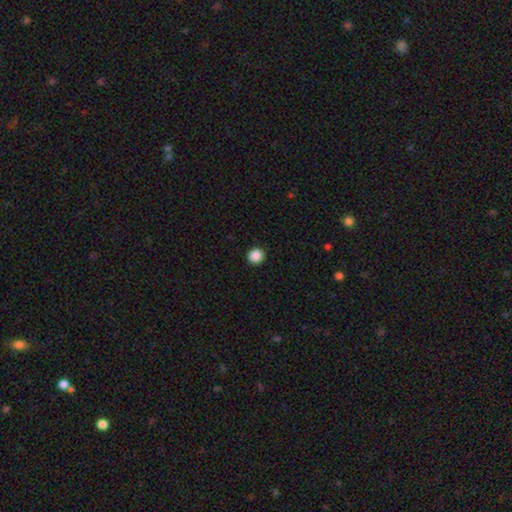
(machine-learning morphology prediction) This appears to be a smooth galaxy with no disk features (88%) that is round (93%). Merging: none (93%).